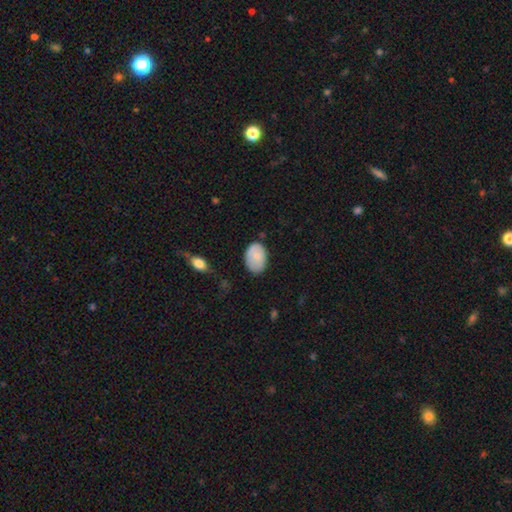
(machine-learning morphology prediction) This appears to be a smooth galaxy with no disk features (82%) that is in between round and cigar-shaped (88%). Merging: none (70%).